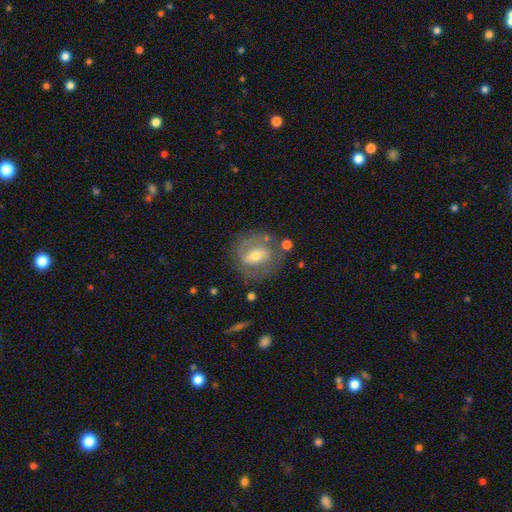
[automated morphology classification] The model was most divided on "bar": weak: 41%, no: 30%, strong: 28%. More confident: edge-on disk — no (93%); merging — none (66%); bulge size — moderate (66%); spiral arms — no (56%); smooth or featured — featured or disk (56%).